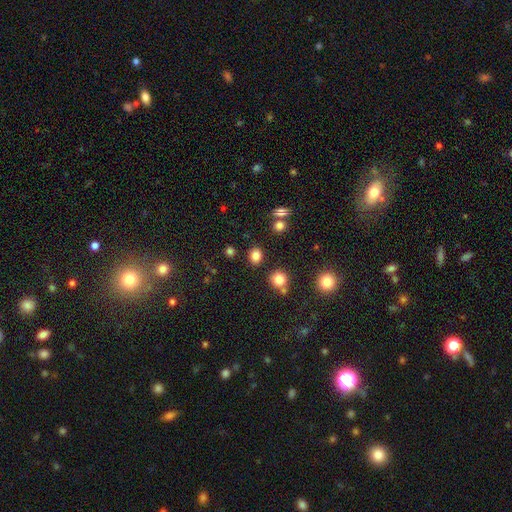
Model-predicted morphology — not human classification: type=smooth (82%); roundness=round (62%); merging=none (83%).